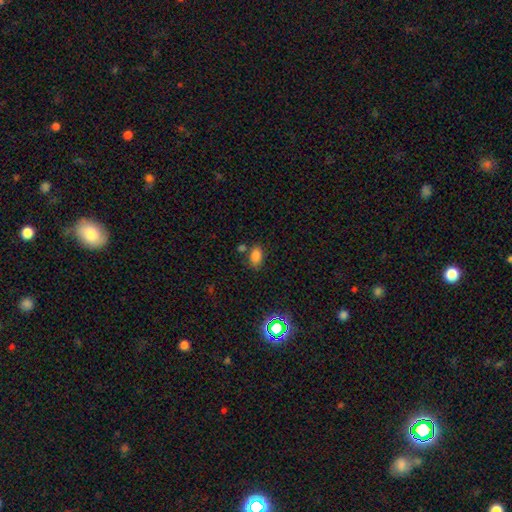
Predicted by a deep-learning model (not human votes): smooth 81%, star or artifact 14%, featured or disk 6%. Down the decision tree: how rounded — in between (86%); merging — none (70%).